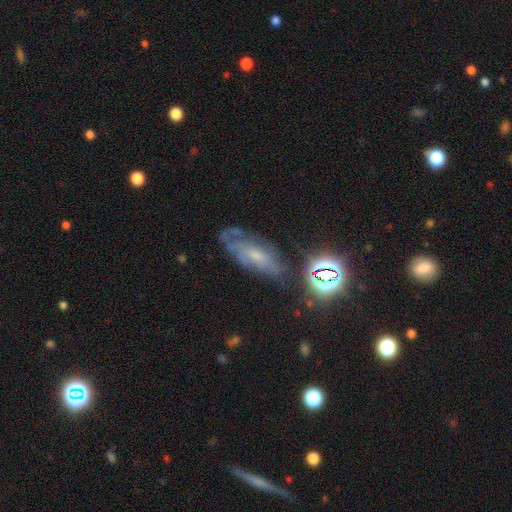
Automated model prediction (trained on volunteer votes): Smooth or featured? featured or disk (46%)
Merging? none (52%)